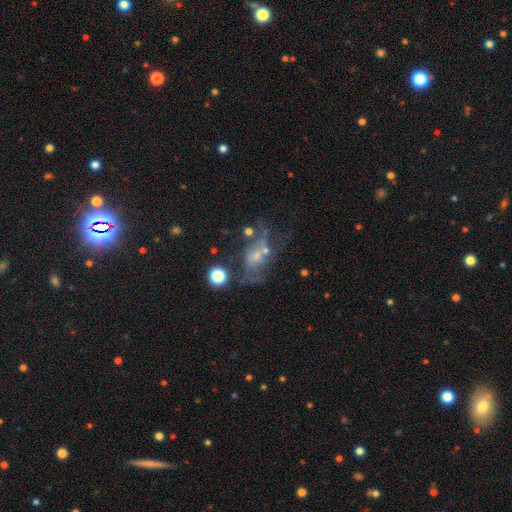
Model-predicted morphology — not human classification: Smooth or featured?
  - featured or disk: 54% *
  - smooth: 24%
  - star or artifact: 22%
Edge-on disk?
  - no: 93% *
  - yes: 7%
Bar?
  - no: 71% *
  - weak: 22%
  - strong: 6%
Spiral arms?
  - no: 55% *
  - yes: 45%
Bulge size?
  - small: 48% *
  - moderate: 25%
  - none: 22%
  - large: 4%
  - dominant: 2%
Merging?
  - none: 35% *
  - major disturbance: 31%
  - minor disturbance: 19%
  - merger: 15%